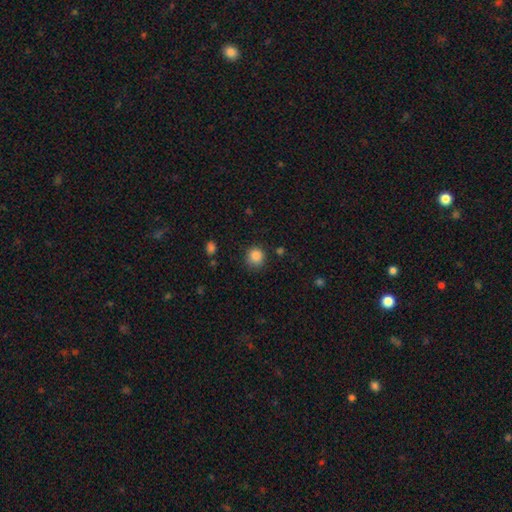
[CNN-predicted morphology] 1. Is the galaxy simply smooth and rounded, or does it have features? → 86% smooth, 10% star or artifact, 3% featured or disk.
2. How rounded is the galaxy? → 89% round, 10% in between, 1% cigar-shaped.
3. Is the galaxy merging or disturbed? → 82% none, 13% minor disturbance, 3% major disturbance, 2% merger.